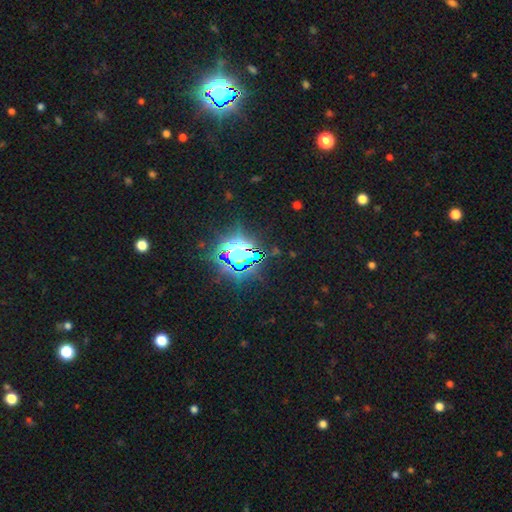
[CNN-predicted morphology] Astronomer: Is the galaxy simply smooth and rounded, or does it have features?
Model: star or artifact — 75%.